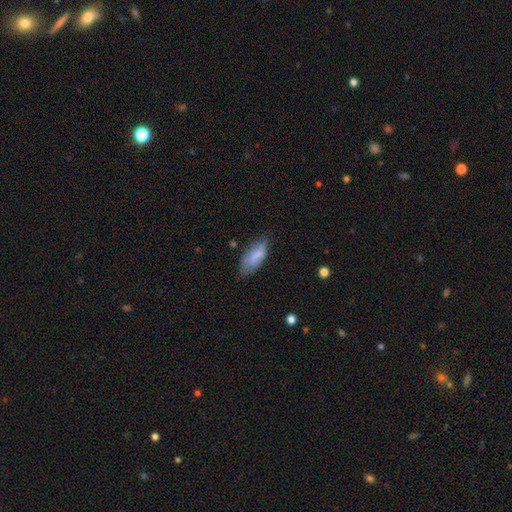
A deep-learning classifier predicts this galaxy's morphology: Smooth or featured? Predicted: smooth (p=0.77). How rounded? Predicted: in between (p=0.79). Merging? Predicted: none (p=0.63).